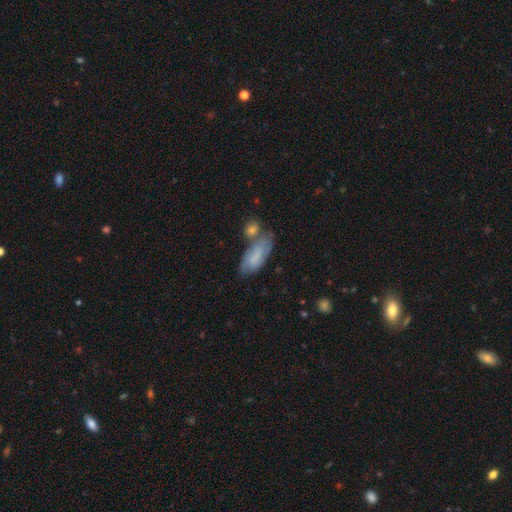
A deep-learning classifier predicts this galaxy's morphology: The model was most divided on "merging": none: 44%, merger: 27%, minor disturbance: 21%, major disturbance: 9%. More confident: how rounded — in between (80%); smooth or featured — smooth (65%).